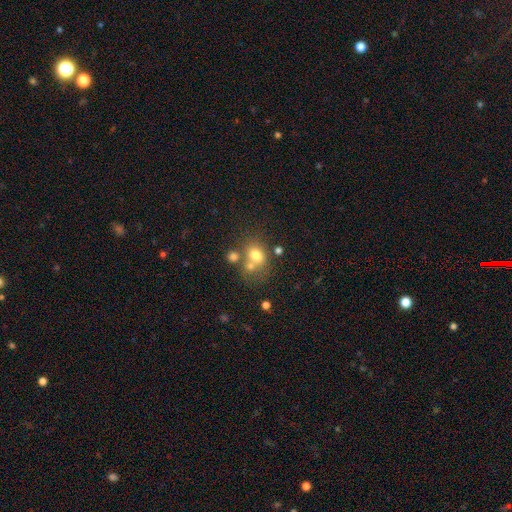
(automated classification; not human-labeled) Smooth or featured? Predicted: smooth (p=0.71). How rounded? Predicted: in between (p=0.51). Merging? Predicted: none (p=0.45).